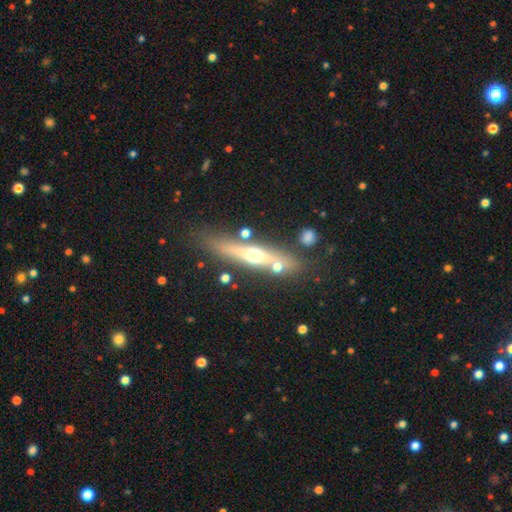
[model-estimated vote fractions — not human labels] The model was most divided on "smooth or featured": featured or disk: 59%, smooth: 34%, star or artifact: 7%. More confident: edge-on bulge — rounded (88%); edge-on disk — yes (87%); merging — none (76%).